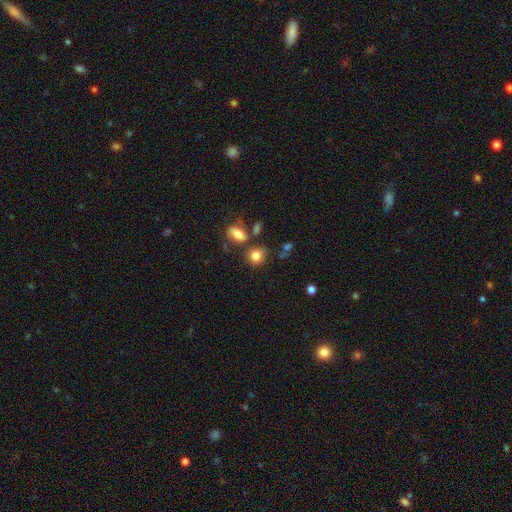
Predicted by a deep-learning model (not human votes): This is clearly a smooth galaxy (83%). How rounded: likely round (73%). Merging: likely none (69%).